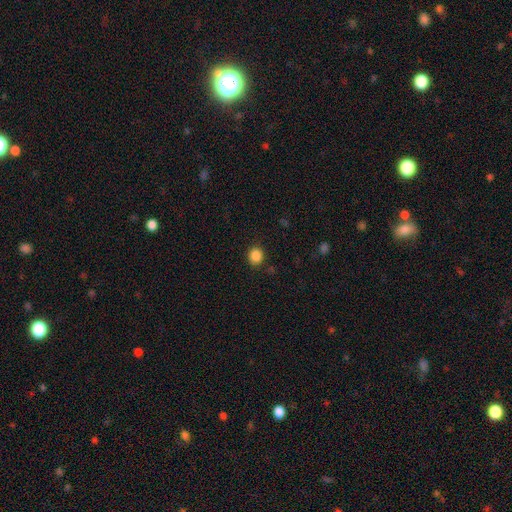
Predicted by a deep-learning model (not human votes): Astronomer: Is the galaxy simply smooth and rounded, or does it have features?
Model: smooth — 86%.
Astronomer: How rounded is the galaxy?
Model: round — 84%.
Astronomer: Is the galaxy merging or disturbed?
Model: none — 88%.